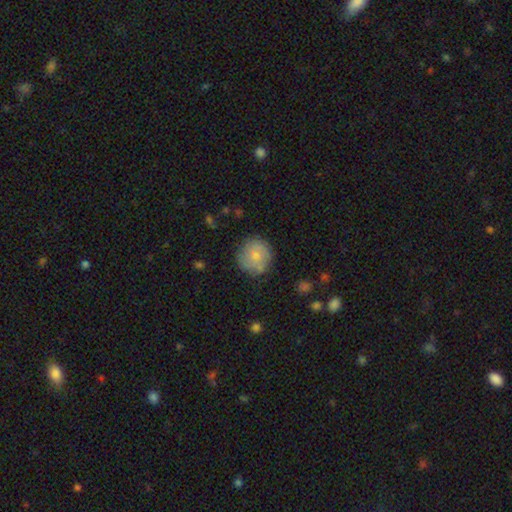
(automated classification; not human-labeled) A smooth galaxy with no disk features (67%) that is round (93%).

Vote fractions:
- Smooth or featured? smooth: 67% / featured or disk: 26% / star or artifact: 7%
- How rounded? round: 93% / in between: 6% / cigar-shaped: 1%
- Merging? none: 75% / minor disturbance: 18% / major disturbance: 5% / merger: 3%